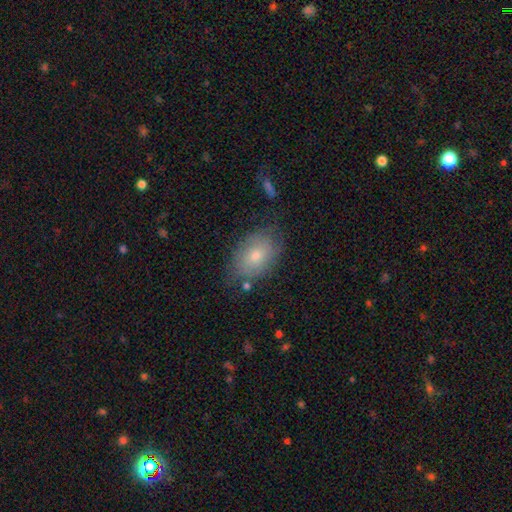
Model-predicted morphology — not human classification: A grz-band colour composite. It shows a smooth galaxy with no disk features (70%) that is in between round and cigar-shaped (86%). Merging: none (71%).